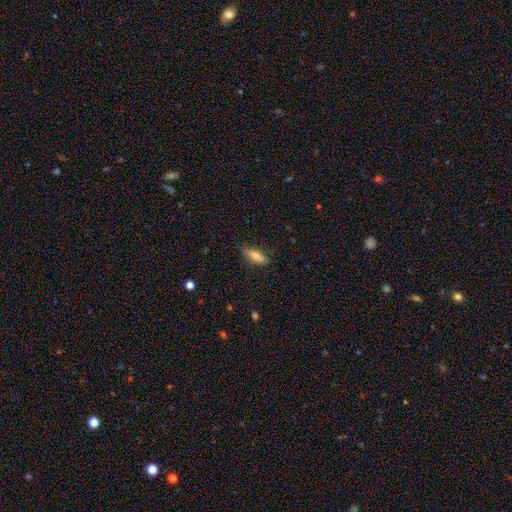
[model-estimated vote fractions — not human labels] smooth-or-featured: smooth: 68% | featured or disk: 24% | star or artifact: 8%
  how-rounded: in between: 53% | cigar-shaped: 45% | round: 3%
  merging: none: 82% | minor disturbance: 14% | major disturbance: 3% | merger: 1%